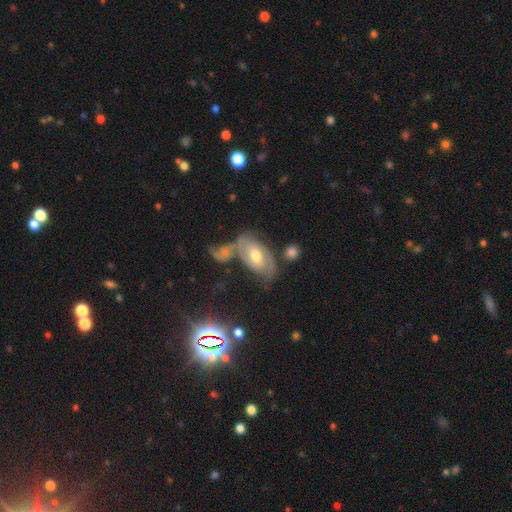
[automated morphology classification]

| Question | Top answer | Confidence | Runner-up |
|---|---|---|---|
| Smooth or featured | featured or disk | 59% | smooth (23%) |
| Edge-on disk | no | 91% | yes (9%) |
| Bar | no | 49% | weak (35%) |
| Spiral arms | yes | 71% | no (29%) |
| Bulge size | moderate | 73% | small (18%) |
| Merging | none | 46% | merger (22%) |